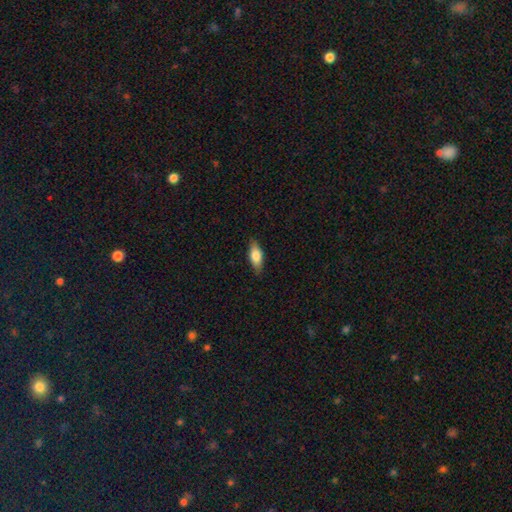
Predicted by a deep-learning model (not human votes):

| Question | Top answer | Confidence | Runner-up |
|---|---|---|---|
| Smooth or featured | smooth | 75% | featured or disk (19%) |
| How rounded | in between | 77% | cigar-shaped (20%) |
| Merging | none | 85% | minor disturbance (11%) |